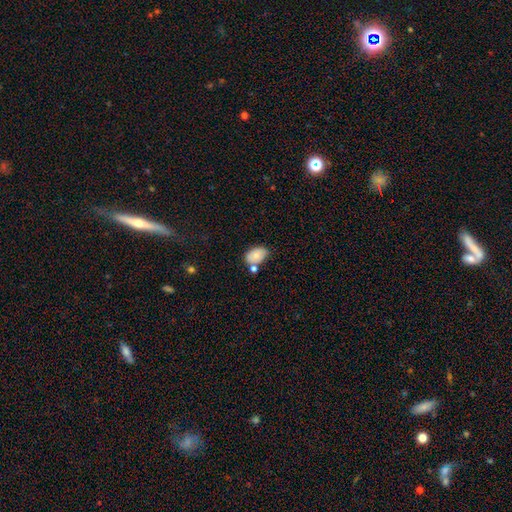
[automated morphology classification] smooth_or_featured: smooth (p=0.77) [alt: featured or disk p=0.15]
how_rounded: in between (p=0.87) [alt: round p=0.11]
merging: none (p=0.59) [alt: minor disturbance p=0.19]